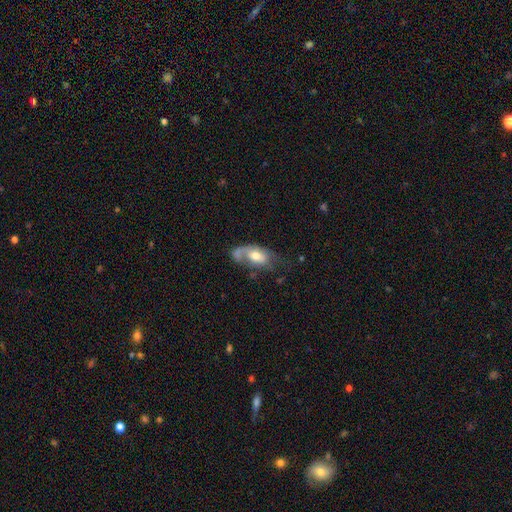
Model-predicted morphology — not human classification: The model was most divided on "smooth or featured": smooth: 47%, featured or disk: 46%, star or artifact: 7%. Remaining: merging — major disturbance (34%).